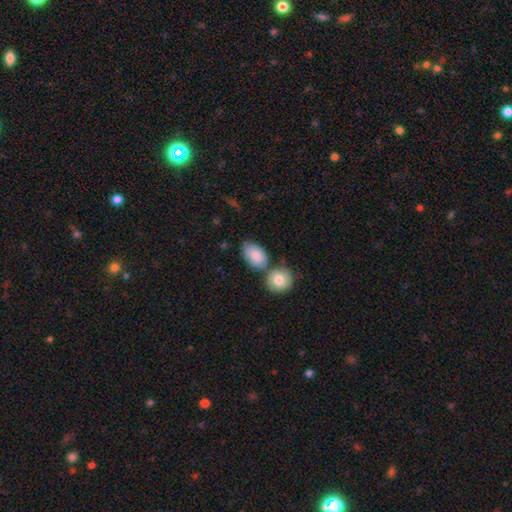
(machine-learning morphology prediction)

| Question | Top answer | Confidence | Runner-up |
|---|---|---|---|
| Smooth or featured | smooth | 85% | featured or disk (9%) |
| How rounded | in between | 87% | round (12%) |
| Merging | none | 53% | merger (23%) |